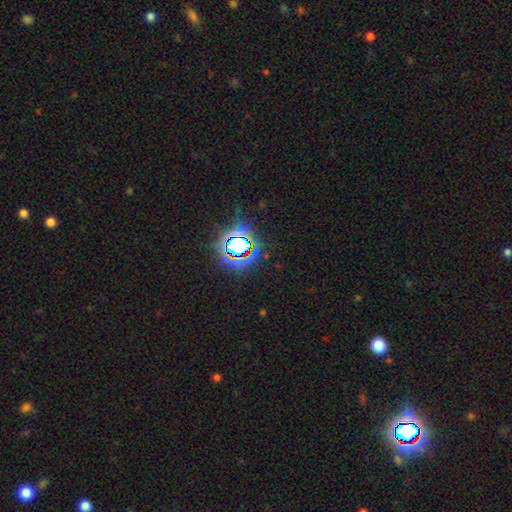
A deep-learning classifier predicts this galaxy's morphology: Smooth or featured?
  - star or artifact: 81% *
  - smooth: 12%
  - featured or disk: 7%